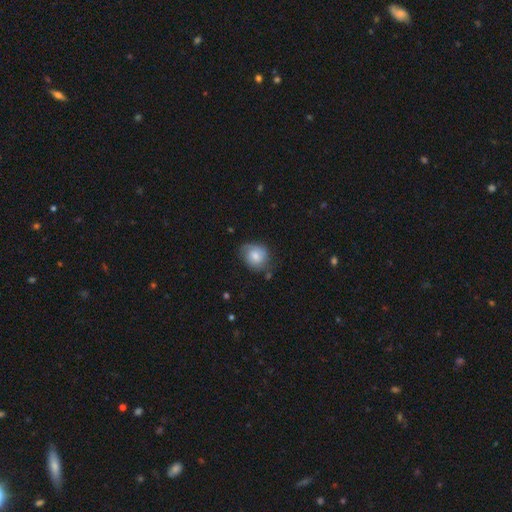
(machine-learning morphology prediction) type=smooth (58%); roundness=round (69%); merging=none (59%).